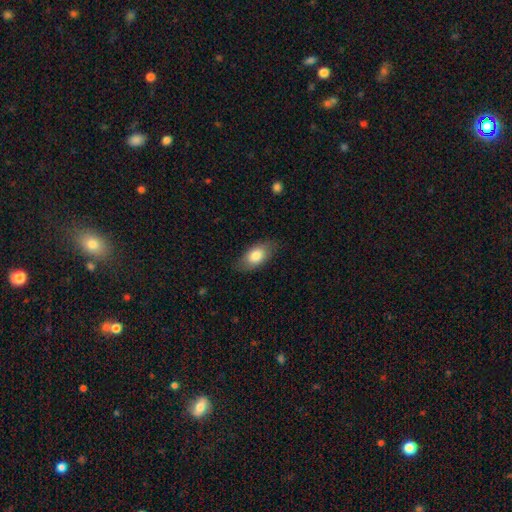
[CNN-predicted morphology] Q: Smooth or featured?
A: smooth (81%); runner-up: featured or disk (12%)
Q: How rounded?
A: in between (91%); runner-up: round (5%)
Q: Merging?
A: none (81%); runner-up: minor disturbance (14%)